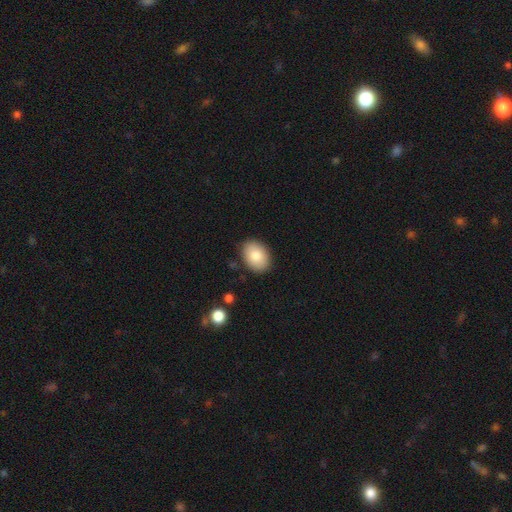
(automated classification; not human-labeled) A smooth galaxy with no disk features (84%) that is in between round and cigar-shaped (76%).

Vote fractions:
- Smooth or featured? smooth: 84% / featured or disk: 10% / star or artifact: 7%
- How rounded? in between: 76% / round: 23% / cigar-shaped: 1%
- Merging? none: 87% / minor disturbance: 9% / major disturbance: 2% / merger: 1%